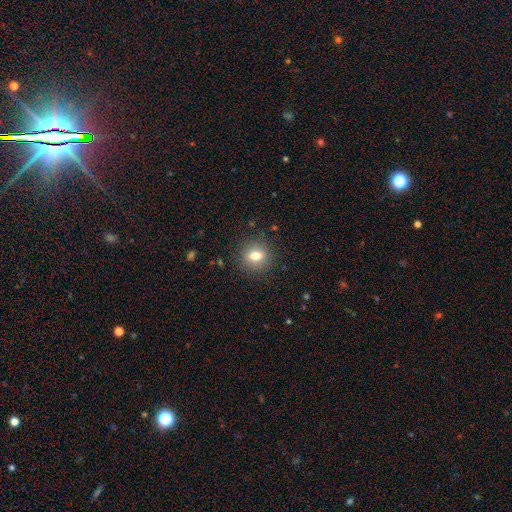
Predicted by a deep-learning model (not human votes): smooth 76%, featured or disk 13%, star or artifact 11%. Down the decision tree: how rounded — round (71%); merging — none (87%).